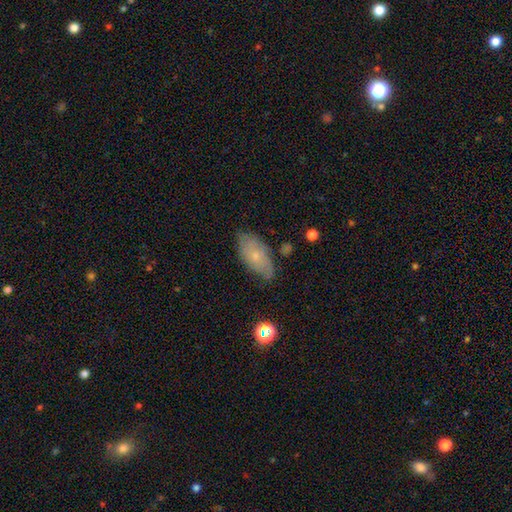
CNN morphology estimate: smooth-or-featured: smooth: 54% | featured or disk: 37% | star or artifact: 8%
  how-rounded: in between: 90% | cigar-shaped: 6% | round: 4%
  merging: none: 67% | minor disturbance: 25% | major disturbance: 6% | merger: 2%